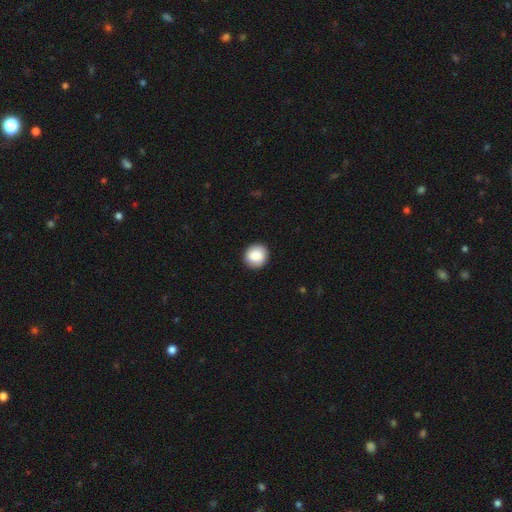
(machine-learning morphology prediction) smooth-or-featured: smooth: 87% | star or artifact: 7% | featured or disk: 6%
  how-rounded: round: 88% | in between: 11% | cigar-shaped: 1%
  merging: none: 90% | minor disturbance: 7% | major disturbance: 2% | merger: 1%